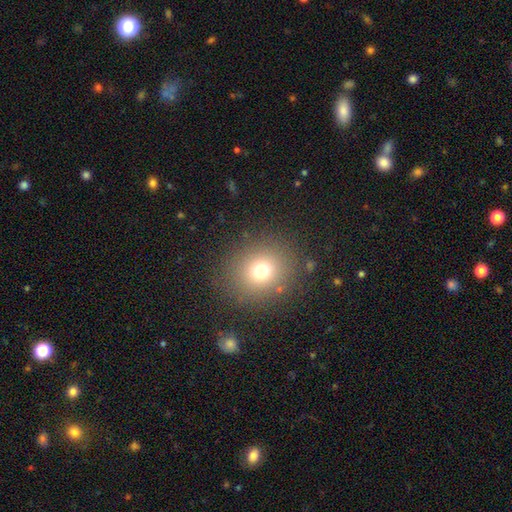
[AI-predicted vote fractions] smooth 71%, star or artifact 20%, featured or disk 9%. Down the decision tree: how rounded — round (81%); merging — none (89%).